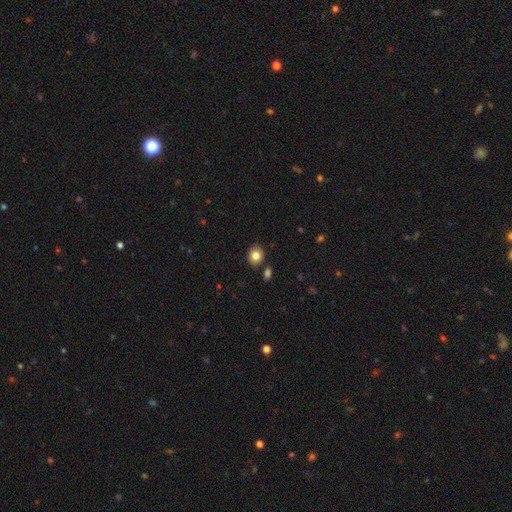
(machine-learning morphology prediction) Smooth or featured? smooth (82%)
How rounded? round (60%)
Merging? none (85%)